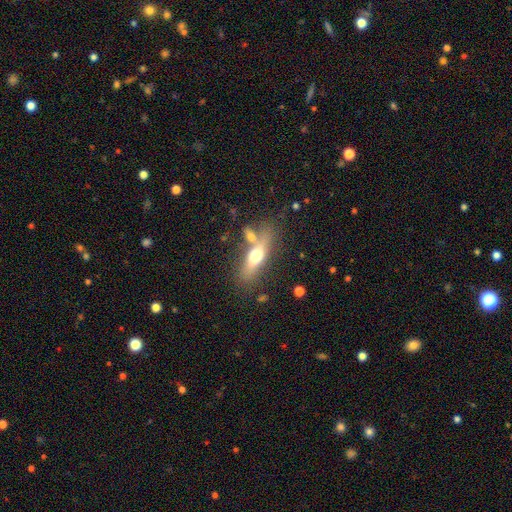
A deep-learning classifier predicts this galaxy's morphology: A smooth galaxy with no disk features (51%) that is cigar-shaped (53%). Merging: none (58%).